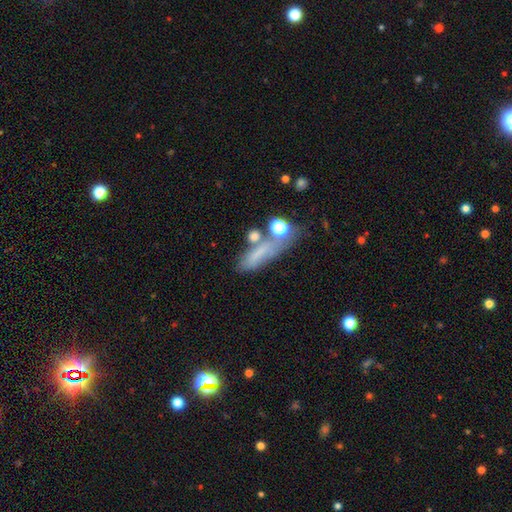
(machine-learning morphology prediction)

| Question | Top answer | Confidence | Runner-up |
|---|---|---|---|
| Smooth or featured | smooth | 61% | featured or disk (24%) |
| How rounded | cigar-shaped | 55% | in between (35%) |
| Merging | none | 44% | minor disturbance (21%) |